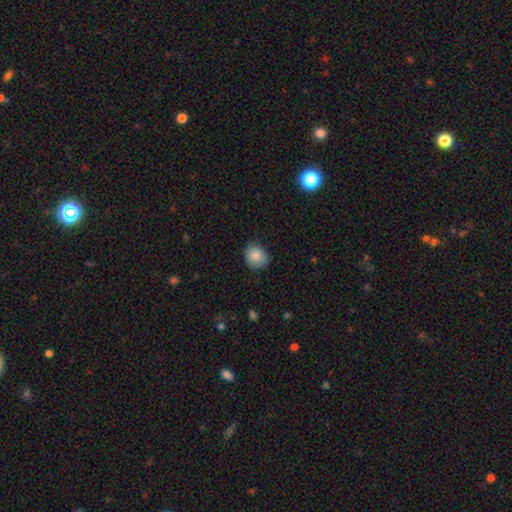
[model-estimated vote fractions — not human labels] The model was most divided on "how rounded": round: 75%, in between: 25%, cigar-shaped: 1%. More confident: smooth or featured — smooth (84%); merging — none (78%).